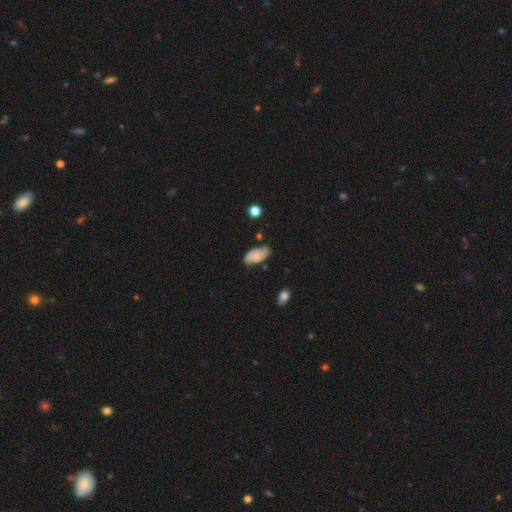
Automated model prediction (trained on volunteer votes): smooth 59%, featured or disk 32%, star or artifact 9%. Down the decision tree: how rounded — in between (93%); merging — none (65%).